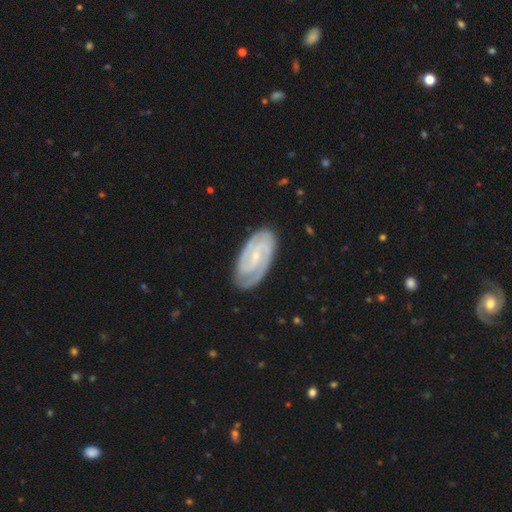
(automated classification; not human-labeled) Morphology: type=featured or disk (88%); edge-on=no (96%); bar=weak (47%); spiral arms=yes (98%); winding=tight (67%); arm count=2 (66%); bulge=small (77%); merging=none (83%).